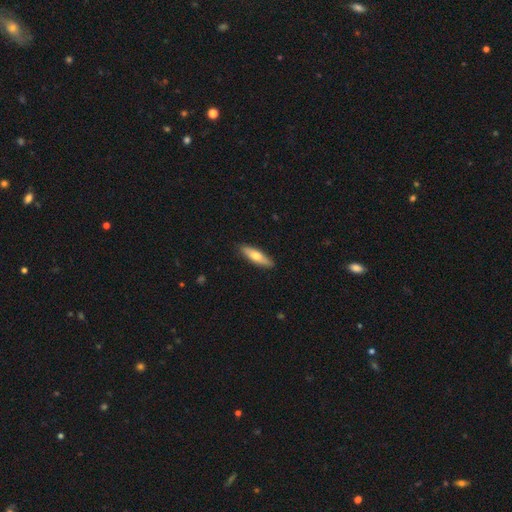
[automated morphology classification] Q: Smooth or featured?
A: smooth (64%); runner-up: featured or disk (30%)
Q: How rounded?
A: cigar-shaped (61%); runner-up: in between (37%)
Q: Merging?
A: none (88%); runner-up: minor disturbance (9%)